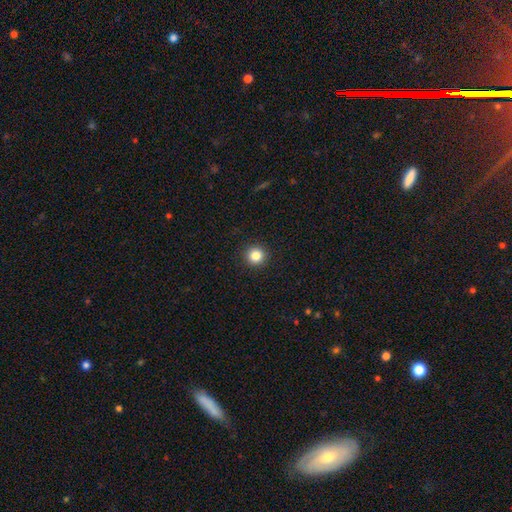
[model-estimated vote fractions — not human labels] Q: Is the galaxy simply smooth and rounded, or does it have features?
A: smooth — 84%.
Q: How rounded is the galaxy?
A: round — 95%.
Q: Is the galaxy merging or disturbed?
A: none — 93%.